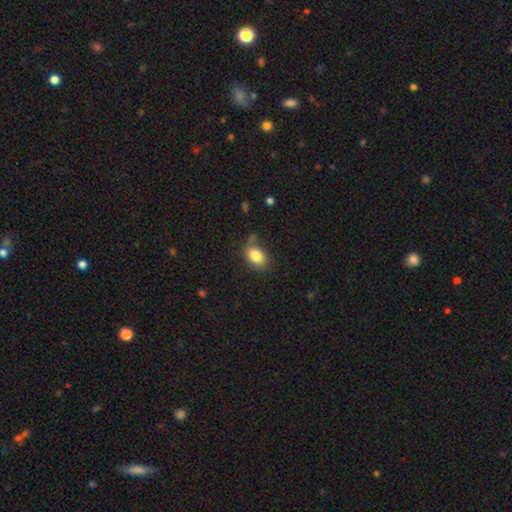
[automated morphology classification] smooth_or_featured: smooth (p=0.83) [alt: featured or disk p=0.09]
how_rounded: in between (p=0.76) [alt: round p=0.22]
merging: none (p=0.65) [alt: minor disturbance p=0.22]